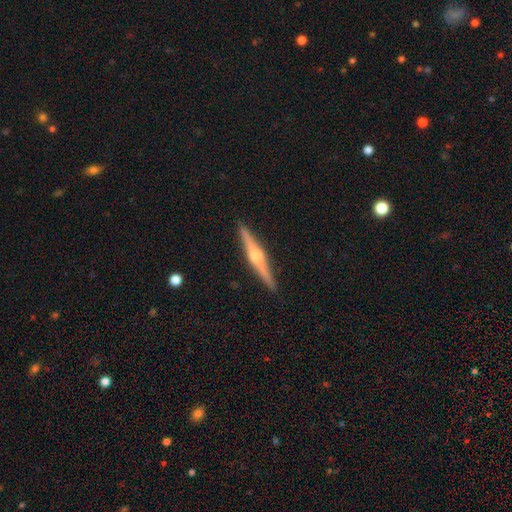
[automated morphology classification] Smooth or featured? featured or disk (78%)
Edge-on disk? yes (98%)
Edge-on bulge? rounded (92%)
Merging? none (92%)